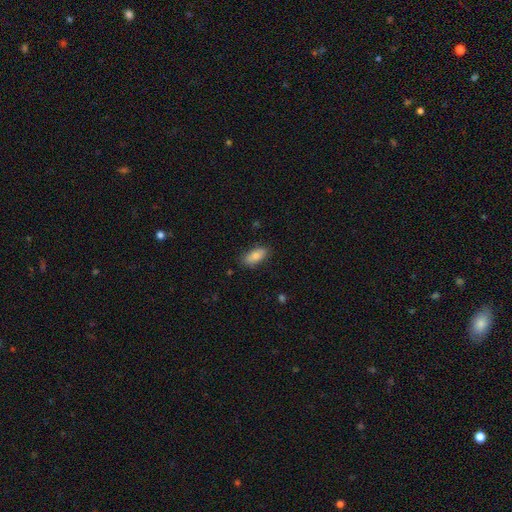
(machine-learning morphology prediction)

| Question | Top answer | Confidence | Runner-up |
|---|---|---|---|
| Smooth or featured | smooth | 79% | featured or disk (13%) |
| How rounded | in between | 88% | cigar-shaped (9%) |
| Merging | none | 83% | minor disturbance (14%) |